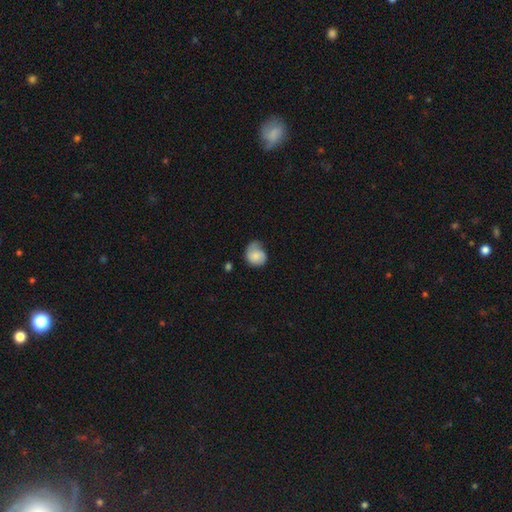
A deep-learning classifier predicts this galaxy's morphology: smooth_or_featured: smooth (p=0.68) [alt: featured or disk p=0.25]
how_rounded: round (p=0.68) [alt: in between p=0.31]
merging: none (p=0.42) [alt: minor disturbance p=0.38]